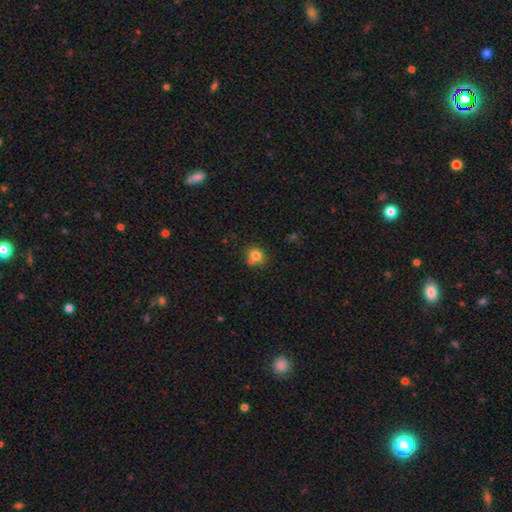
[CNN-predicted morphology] Smooth or featured: smooth — 79% (star or artifact — 12%)
How rounded: round — 74% (in between — 25%)
Merging: none — 63% (merger — 23%)